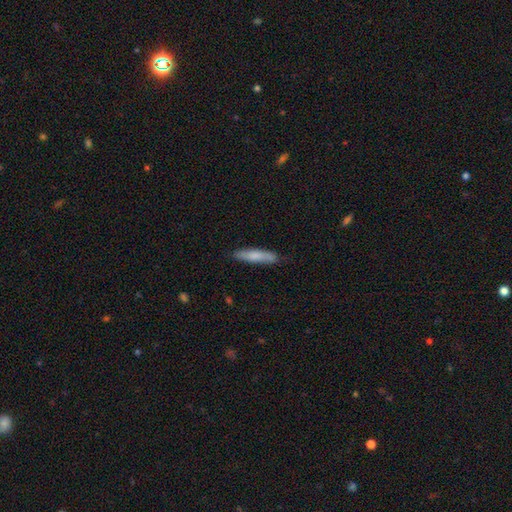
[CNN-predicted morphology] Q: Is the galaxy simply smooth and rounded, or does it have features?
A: smooth — 74%.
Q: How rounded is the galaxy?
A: cigar-shaped — 85%.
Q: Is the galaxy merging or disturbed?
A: none — 83%.